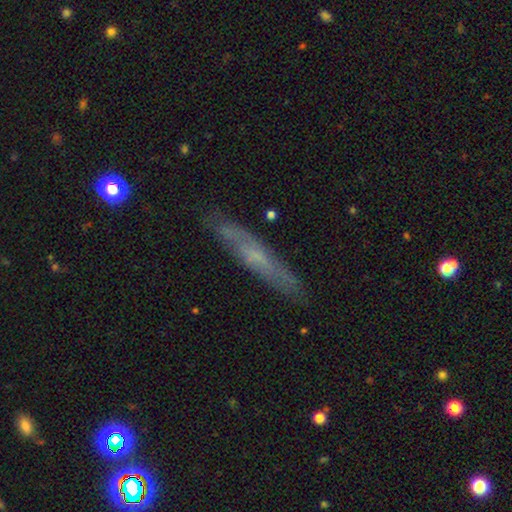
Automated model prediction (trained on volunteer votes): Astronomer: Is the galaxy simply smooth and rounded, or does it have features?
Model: featured or disk — 52% (runner-up: smooth, 41%).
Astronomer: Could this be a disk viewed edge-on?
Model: yes — 72%.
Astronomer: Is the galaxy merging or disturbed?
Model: none — 82%.